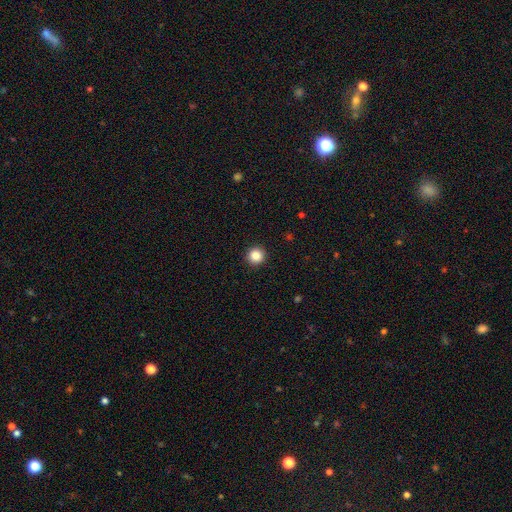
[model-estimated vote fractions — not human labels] smooth 86%, star or artifact 10%, featured or disk 4%. Down the decision tree: how rounded — round (95%); merging — none (93%).